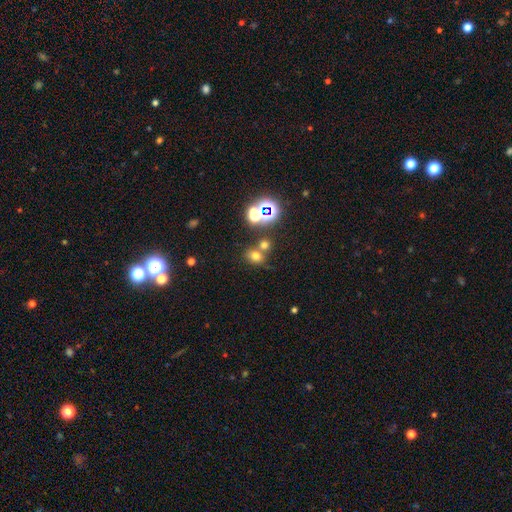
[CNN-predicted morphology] Smooth or featured?
  - star or artifact: 45% *
  - smooth: 44%
  - featured or disk: 11%